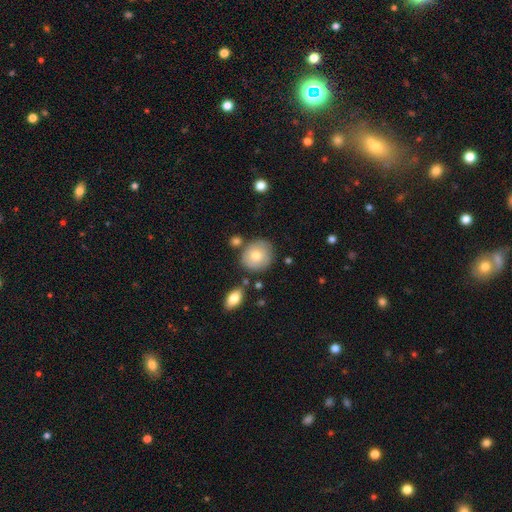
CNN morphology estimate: type=smooth (73%); roundness=round (78%); merging=none (73%).